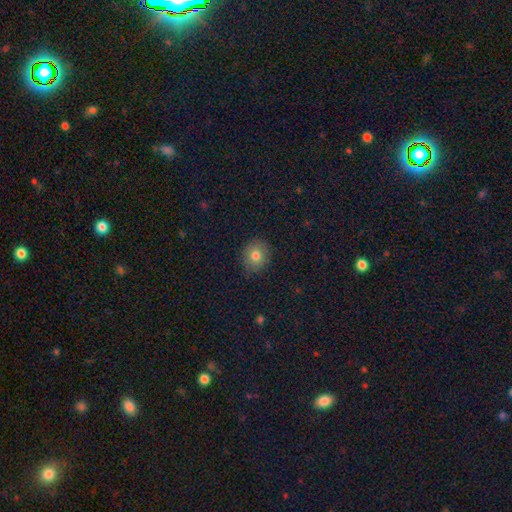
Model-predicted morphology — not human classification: A smooth galaxy with no disk features (78%) that is round (76%). Merging: none (85%).